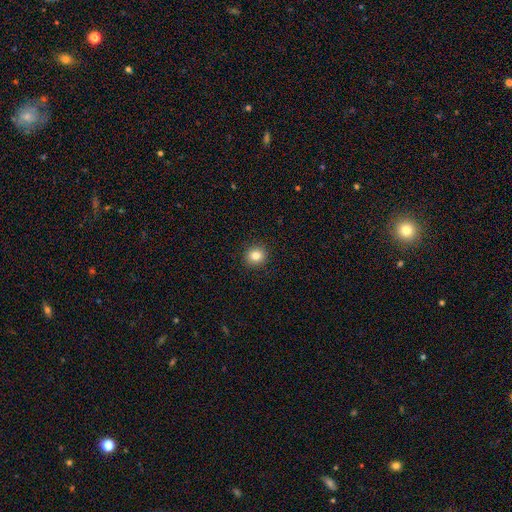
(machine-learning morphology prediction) Smooth or featured: smooth — 82% (star or artifact — 11%)
How rounded: round — 90% (in between — 10%)
Merging: none — 92% (minor disturbance — 5%)